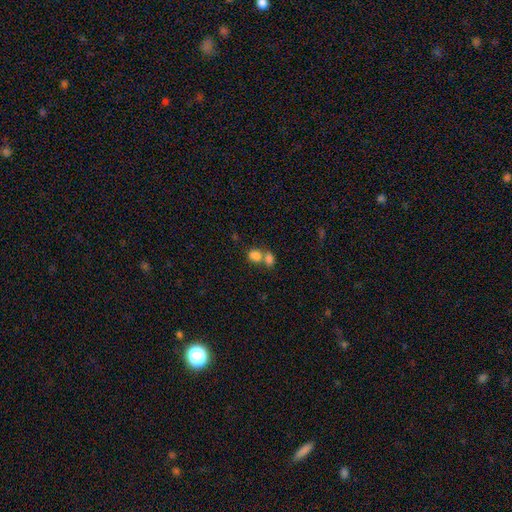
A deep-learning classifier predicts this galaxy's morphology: smooth 80%, star or artifact 10%, featured or disk 10%. Down the decision tree: how rounded — in between (61%); merging — merger (63%).